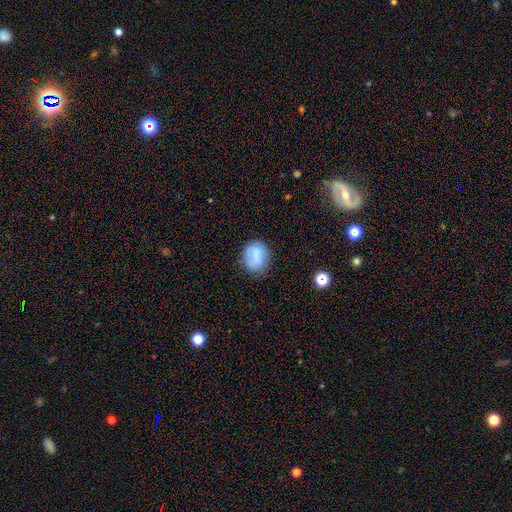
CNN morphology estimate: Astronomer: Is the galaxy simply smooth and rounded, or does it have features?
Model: smooth — 76%.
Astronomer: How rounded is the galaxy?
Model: round — 56% (runner-up: in between, 43%).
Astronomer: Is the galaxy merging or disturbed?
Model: none — 73%.